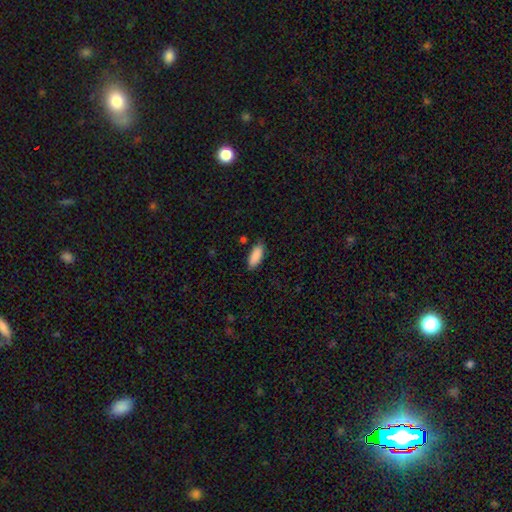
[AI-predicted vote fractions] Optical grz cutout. It shows a smooth galaxy with no disk features (89%) that is in between round and cigar-shaped (77%). Merging: none (82%).